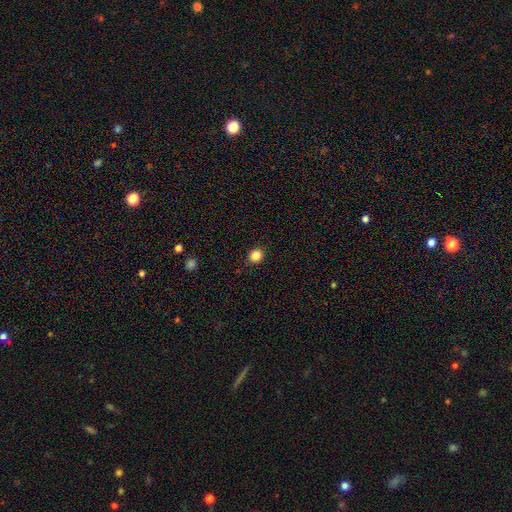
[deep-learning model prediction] Morphology: type=smooth (85%); roundness=round (73%); merging=none (89%).